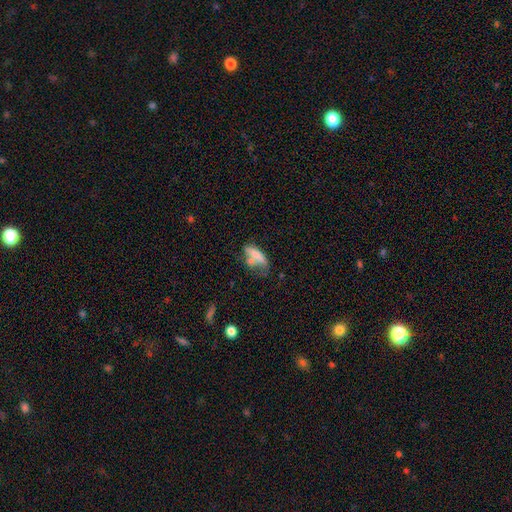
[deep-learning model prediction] This appears to be a smooth galaxy with no disk features (66%) that is in between round and cigar-shaped (52%). Merging: none (32%).